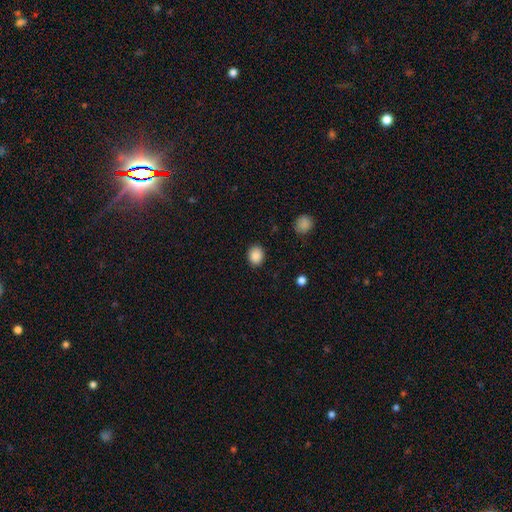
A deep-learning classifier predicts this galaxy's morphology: Q: Smooth or featured?
A: smooth (88%); runner-up: star or artifact (9%)
Q: How rounded?
A: round (60%); runner-up: in between (40%)
Q: Merging?
A: none (88%); runner-up: minor disturbance (8%)